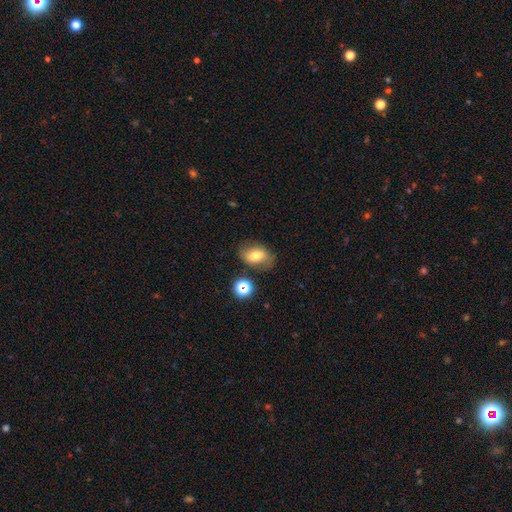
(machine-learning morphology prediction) smooth 63%, featured or disk 25%, star or artifact 12%. Down the decision tree: how rounded — in between (77%); merging — none (71%).